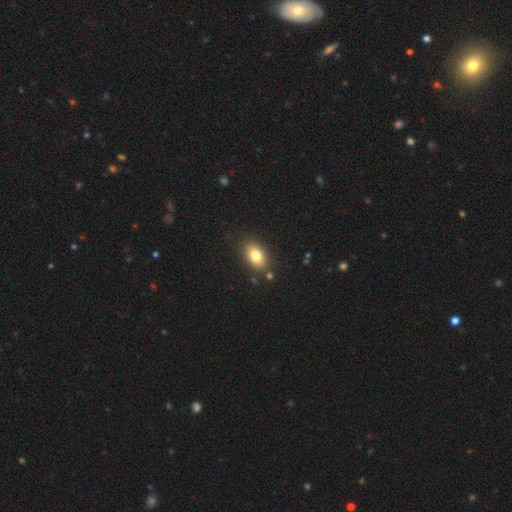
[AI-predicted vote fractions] A smooth galaxy with no disk features (81%) that is in between round and cigar-shaped (88%). Merging: none (83%).